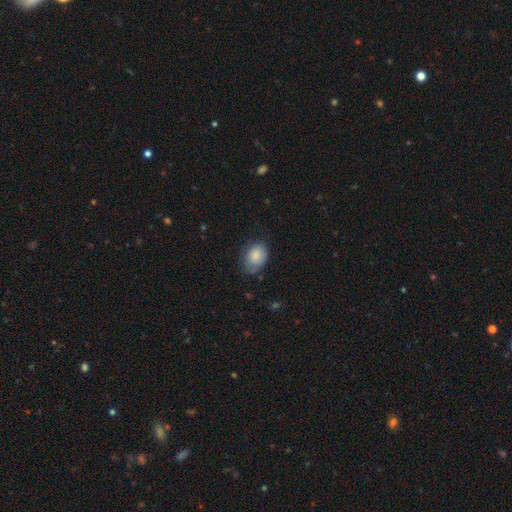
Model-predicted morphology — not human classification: Smooth or featured? Predicted: smooth (p=0.84). How rounded? Predicted: in between (p=0.76). Merging? Predicted: none (p=0.66).